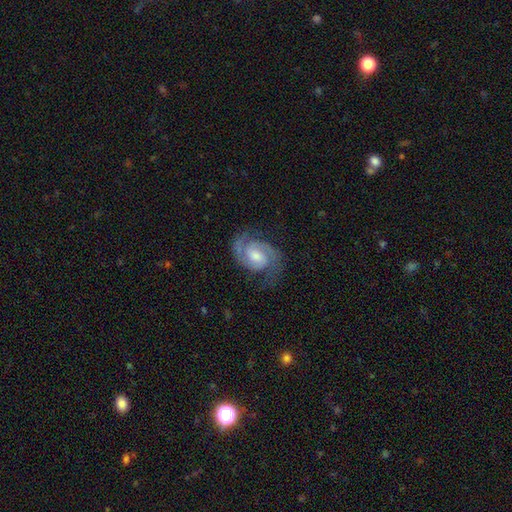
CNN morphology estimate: A featured or disk galaxy (89%) with no bar (50%), 2 (90%) medium (50%) spiral arms (98%) and a moderate central bulge (53%).

Vote fractions:
- Smooth or featured? featured or disk: 89% / smooth: 6% / star or artifact: 5%
- Edge-on disk? no: 98% / yes: 2%
- Bar? no: 50% / weak: 42% / strong: 8%
- Spiral arms? yes: 98% / no: 2%
- Spiral winding? medium: 50% / tight: 41% / loose: 10%
- Spiral arm count? 2: 90% / can't tell: 3% / 3: 2% / 1: 2% / 4: 1% / more than 4: 1%
- Bulge size? moderate: 53% / small: 31% / large: 9% / none: 5% / dominant: 1%
- Merging? none: 75% / minor disturbance: 16% / major disturbance: 7% / merger: 1%